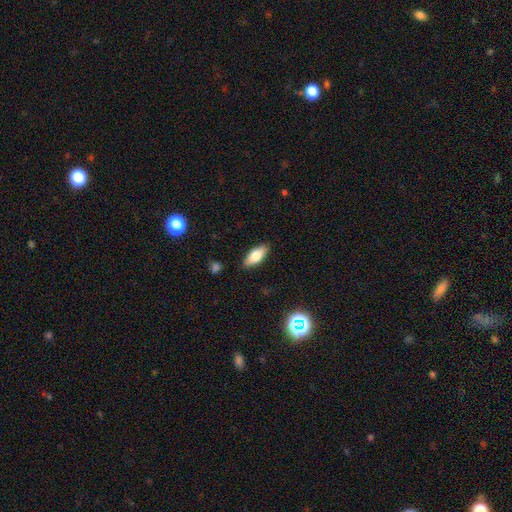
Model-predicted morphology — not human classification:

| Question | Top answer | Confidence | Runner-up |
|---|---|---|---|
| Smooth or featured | smooth | 73% | featured or disk (20%) |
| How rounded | in between | 78% | cigar-shaped (19%) |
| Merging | none | 88% | minor disturbance (9%) |